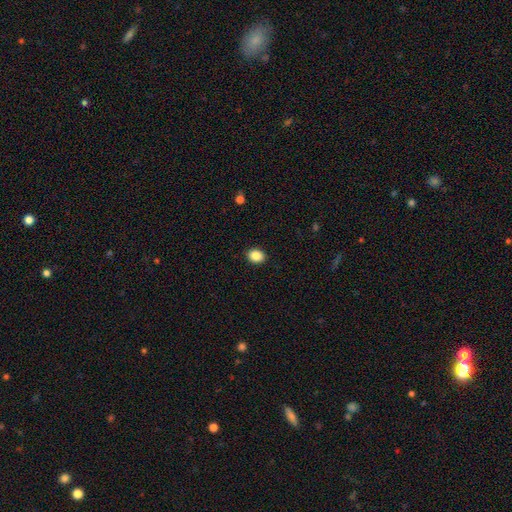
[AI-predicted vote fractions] Smooth or featured: smooth — 86% (star or artifact — 9%)
How rounded: round — 51% (in between — 48%)
Merging: none — 91% (minor disturbance — 6%)